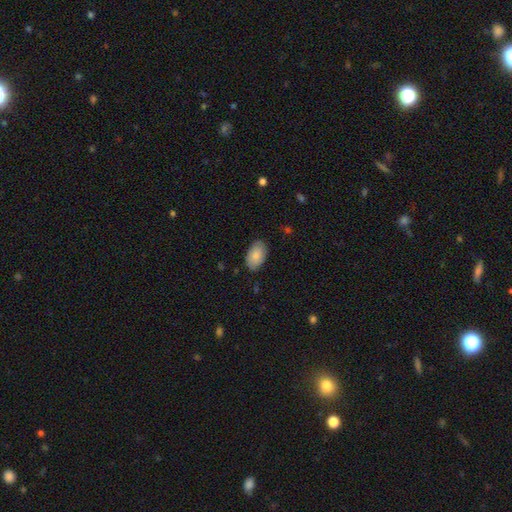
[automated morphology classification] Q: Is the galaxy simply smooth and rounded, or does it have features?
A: smooth — 84%.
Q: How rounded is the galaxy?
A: in between — 94%.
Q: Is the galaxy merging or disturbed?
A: none — 83%.